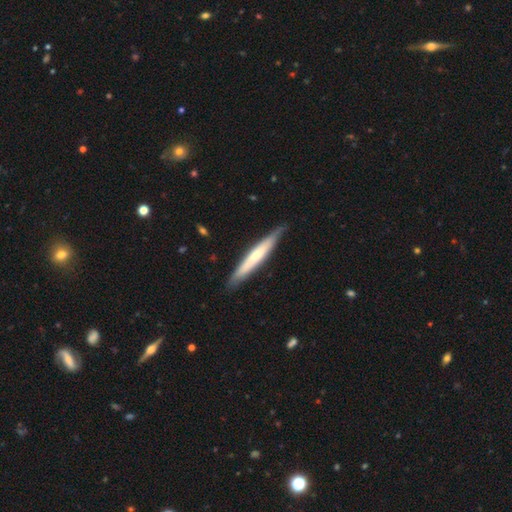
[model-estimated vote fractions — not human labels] The model was most divided on "smooth or featured": smooth: 48%, featured or disk: 47%, star or artifact: 5%. More confident: merging — none (85%).